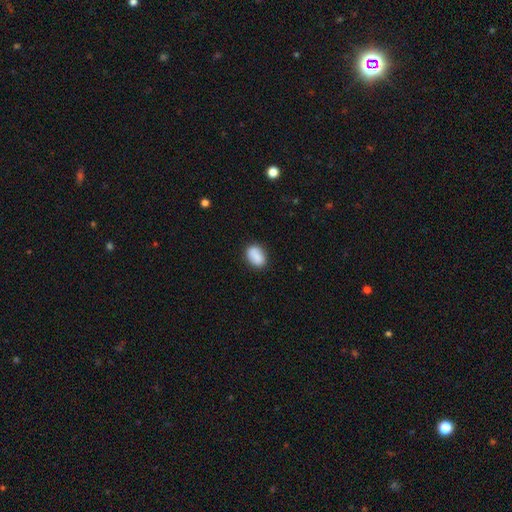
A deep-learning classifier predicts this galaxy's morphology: Q: Smooth or featured?
A: smooth (83%); runner-up: featured or disk (9%)
Q: How rounded?
A: in between (79%); runner-up: round (20%)
Q: Merging?
A: none (81%); runner-up: minor disturbance (13%)